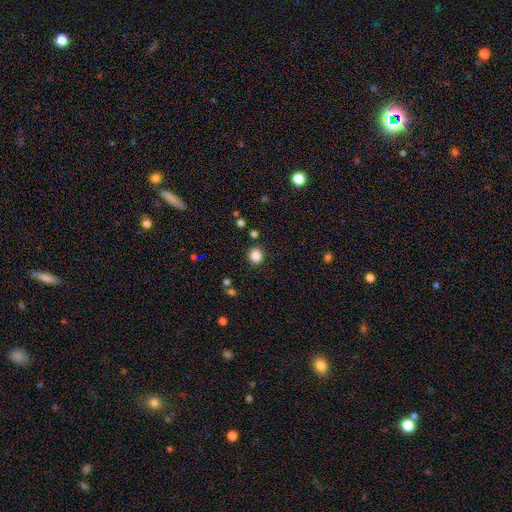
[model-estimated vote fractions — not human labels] Morphology: type=smooth (85%); roundness=round (78%); merging=none (89%).